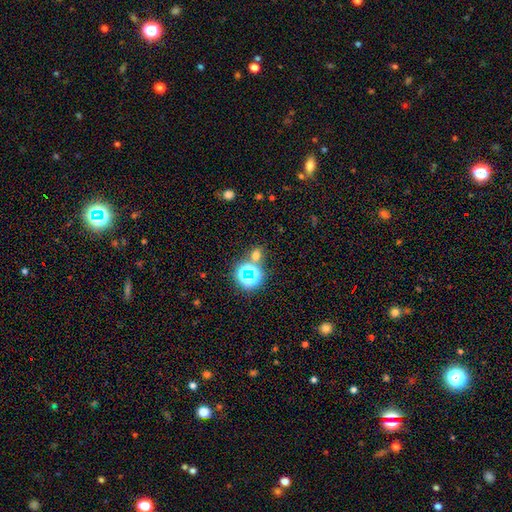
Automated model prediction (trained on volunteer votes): The model was most divided on "smooth or featured": smooth: 49%, star or artifact: 44%, featured or disk: 7%. More confident: merging — none (71%).